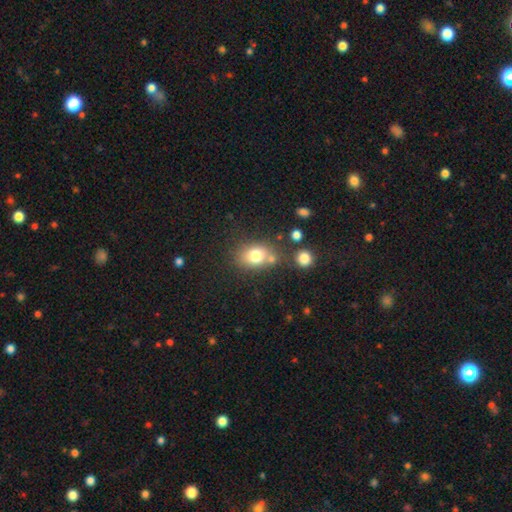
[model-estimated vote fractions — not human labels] Q: Smooth or featured?
A: smooth (77%); runner-up: featured or disk (12%)
Q: How rounded?
A: in between (54%); runner-up: round (44%)
Q: Merging?
A: none (58%); runner-up: merger (22%)